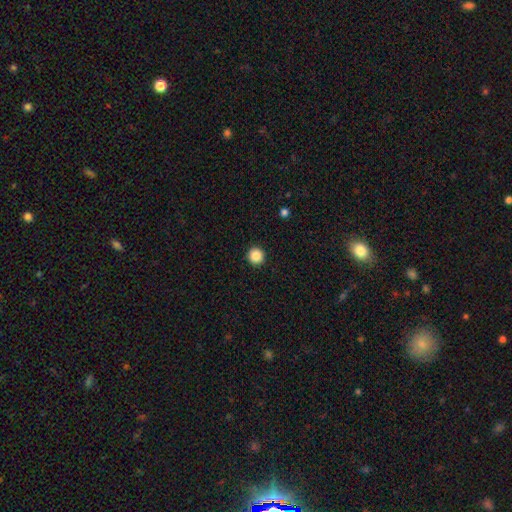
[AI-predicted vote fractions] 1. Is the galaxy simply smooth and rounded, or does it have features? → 87% smooth, 10% star or artifact, 3% featured or disk.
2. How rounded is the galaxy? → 96% round, 4% in between, 1% cigar-shaped.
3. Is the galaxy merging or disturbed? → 93% none, 4% minor disturbance, 2% major disturbance, 1% merger.